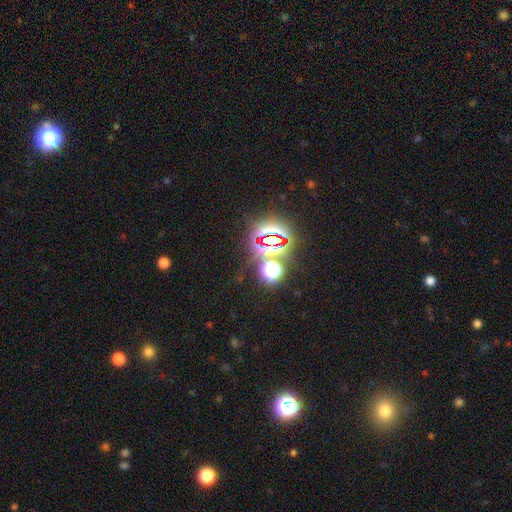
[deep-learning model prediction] Overall: star or artifact (77%).